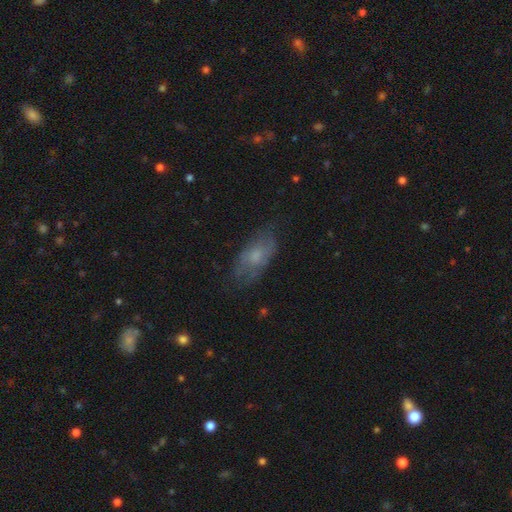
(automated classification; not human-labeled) smooth_or_featured: smooth (p=0.52) [alt: featured or disk p=0.38]
how_rounded: in between (p=0.87) [alt: cigar-shaped p=0.09]
merging: none (p=0.62) [alt: minor disturbance p=0.24]